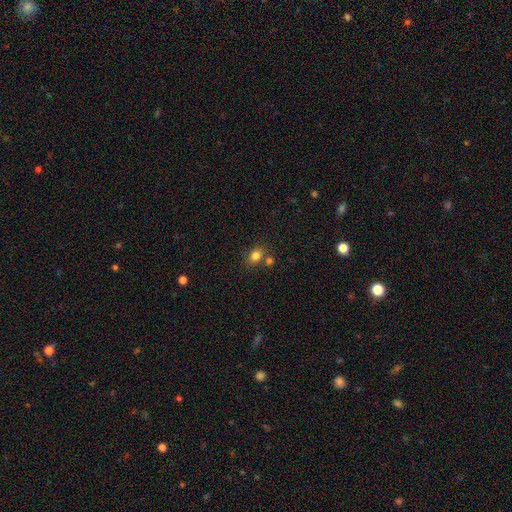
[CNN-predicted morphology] A smooth galaxy with no disk features (81%) that is in between round and cigar-shaped (54%). Merging: none (63%).